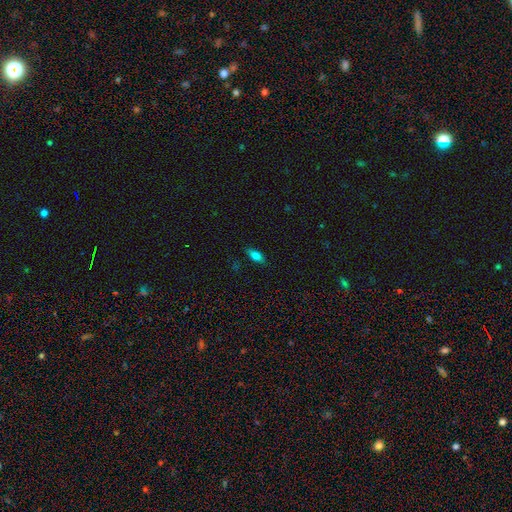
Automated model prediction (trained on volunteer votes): Smooth or featured? Predicted: smooth (p=0.74). How rounded? Predicted: in between (p=0.80). Merging? Predicted: none (p=0.86).